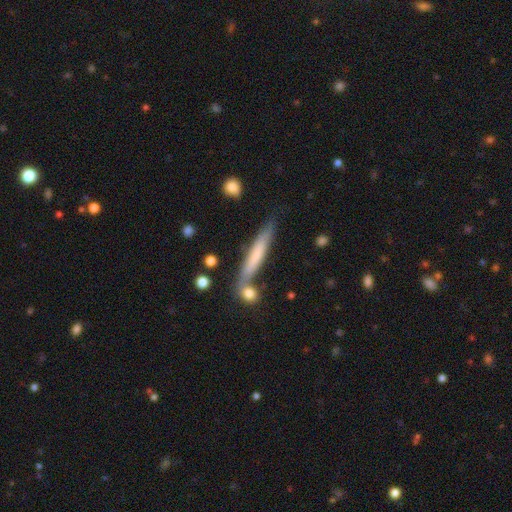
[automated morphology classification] A smooth galaxy with no disk features (62%) that is cigar-shaped (92%).

Vote fractions:
- Smooth or featured? smooth: 62% / featured or disk: 32% / star or artifact: 6%
- How rounded? cigar-shaped: 92% / in between: 6% / round: 2%
- Merging? none: 67% / minor disturbance: 16% / merger: 13% / major disturbance: 5%